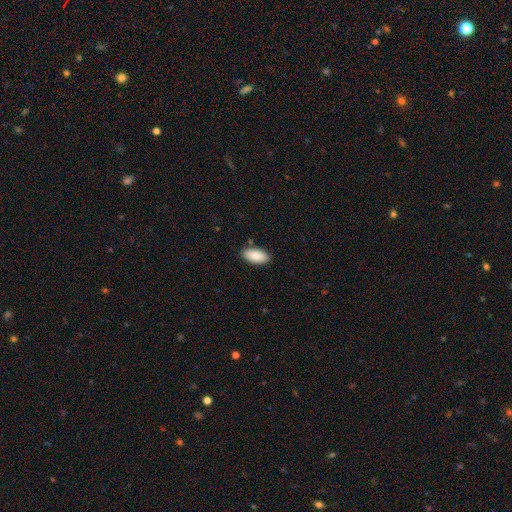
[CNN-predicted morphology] This is clearly a smooth galaxy (87%). How rounded: clearly in between (94%). Merging: clearly none (87%).